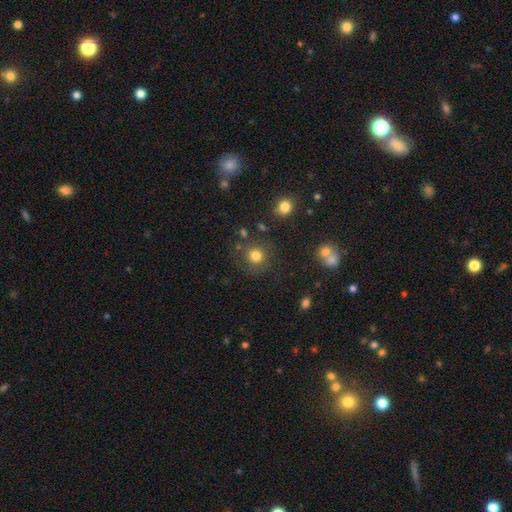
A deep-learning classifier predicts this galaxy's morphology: Q: Smooth or featured?
A: smooth (79%); runner-up: star or artifact (13%)
Q: How rounded?
A: round (90%); runner-up: in between (9%)
Q: Merging?
A: none (79%); runner-up: minor disturbance (11%)